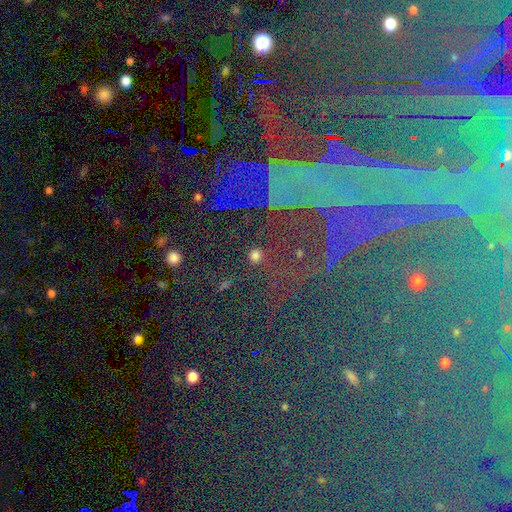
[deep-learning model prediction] Q: Smooth or featured?
A: star or artifact (49%); runner-up: smooth (41%)